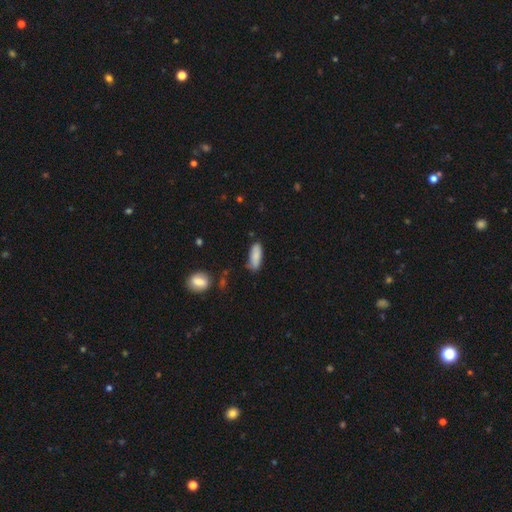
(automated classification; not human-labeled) Smooth or featured? Predicted: smooth (p=0.84). How rounded? Predicted: in between (p=0.63). Merging? Predicted: none (p=0.74).